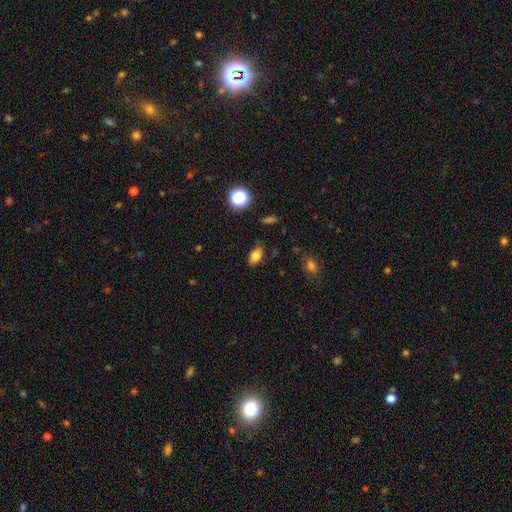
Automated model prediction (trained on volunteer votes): Smooth or featured?
  - smooth: 80% *
  - star or artifact: 12%
  - featured or disk: 9%
How rounded?
  - in between: 85% *
  - round: 12%
  - cigar-shaped: 2%
Merging?
  - none: 82% *
  - minor disturbance: 13%
  - major disturbance: 3%
  - merger: 2%